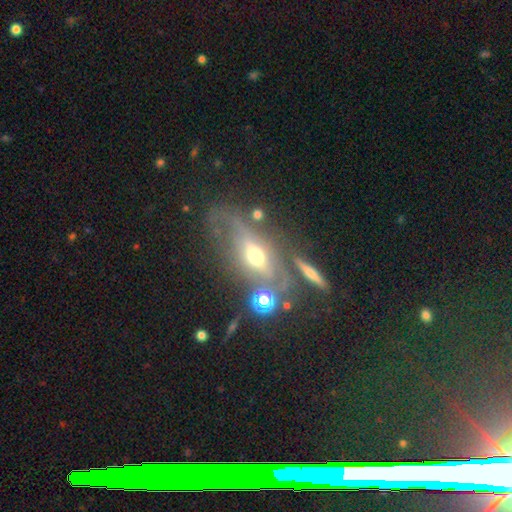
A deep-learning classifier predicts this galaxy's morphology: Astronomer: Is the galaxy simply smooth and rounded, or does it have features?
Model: featured or disk — 57%.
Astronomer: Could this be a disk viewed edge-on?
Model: no — 69%.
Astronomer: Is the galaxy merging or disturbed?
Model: none — 43% (runner-up: major disturbance, 23%).